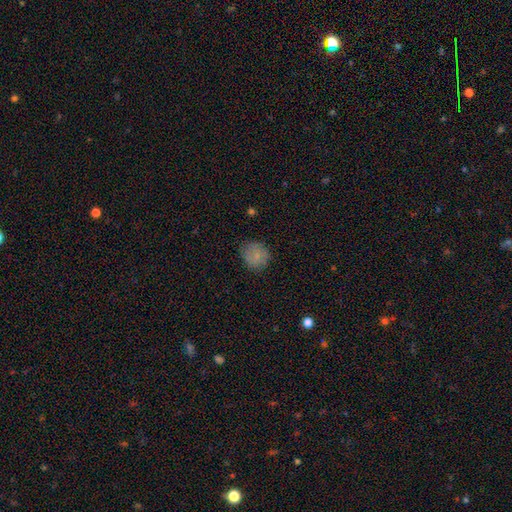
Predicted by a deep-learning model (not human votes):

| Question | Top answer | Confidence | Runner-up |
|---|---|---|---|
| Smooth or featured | smooth | 78% | featured or disk (12%) |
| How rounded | round | 82% | in between (17%) |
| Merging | none | 78% | minor disturbance (16%) |